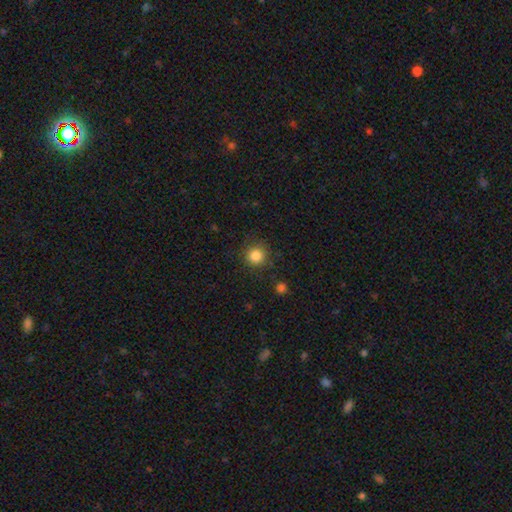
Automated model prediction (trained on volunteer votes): This appears to be a smooth galaxy with no disk features (84%) that is round (94%). Merging: none (87%).